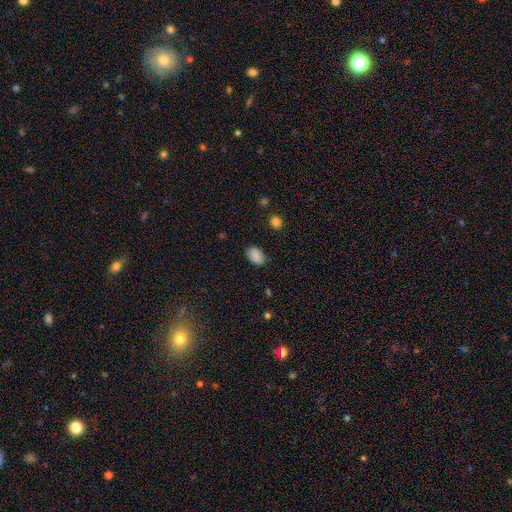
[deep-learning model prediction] The model was most divided on "merging": none: 84%, minor disturbance: 12%, major disturbance: 3%, merger: 1%. More confident: smooth or featured — smooth (88%); how rounded — in between (87%).